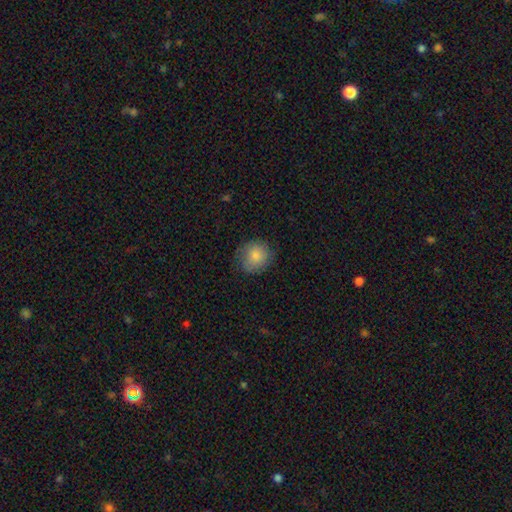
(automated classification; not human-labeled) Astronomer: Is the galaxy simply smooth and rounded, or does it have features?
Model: smooth — 84%.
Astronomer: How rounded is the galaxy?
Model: round — 84%.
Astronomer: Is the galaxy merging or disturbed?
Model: none — 78%.